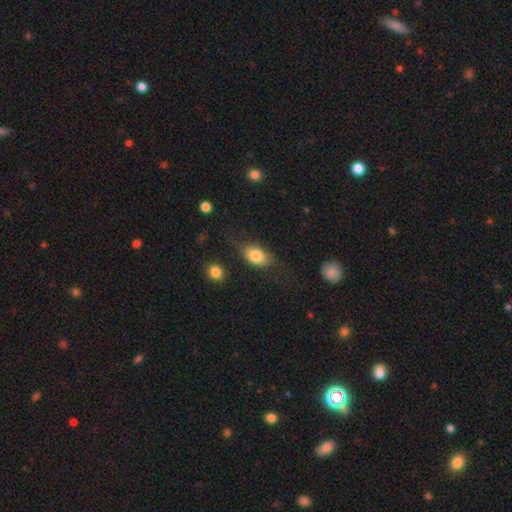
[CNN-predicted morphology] A smooth galaxy with no disk features (79%) that is in between round and cigar-shaped (83%).

Vote fractions:
- Smooth or featured? smooth: 79% / featured or disk: 14% / star or artifact: 7%
- How rounded? in between: 83% / round: 12% / cigar-shaped: 4%
- Merging? none: 63% / minor disturbance: 22% / major disturbance: 12% / merger: 3%